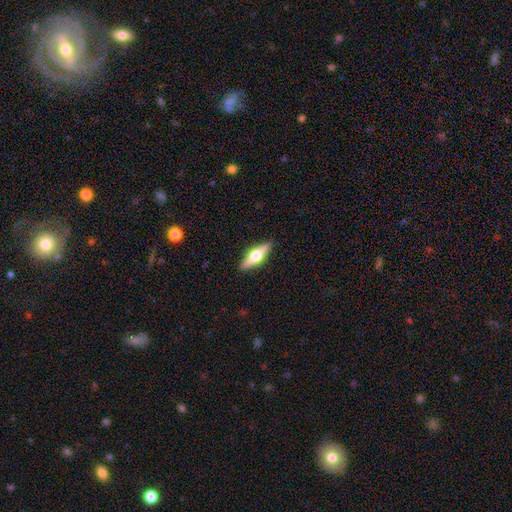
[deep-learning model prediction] A featured or disk galaxy (71%) viewed edge-on (97%) with a rounded central bulge (95%).

Vote fractions:
- Smooth or featured? featured or disk: 71% / smooth: 23% / star or artifact: 6%
- Edge-on disk? yes: 97% / no: 3%
- Edge-on bulge? rounded: 95% / boxy: 3% / none: 1%
- Merging? none: 90% / minor disturbance: 7% / major disturbance: 2% / merger: 1%